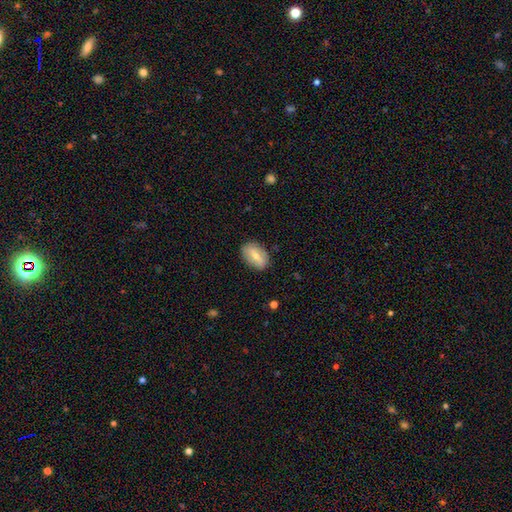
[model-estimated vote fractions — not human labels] Smooth or featured? Predicted: smooth (p=0.68). How rounded? Predicted: in between (p=0.90). Merging? Predicted: none (p=0.84).